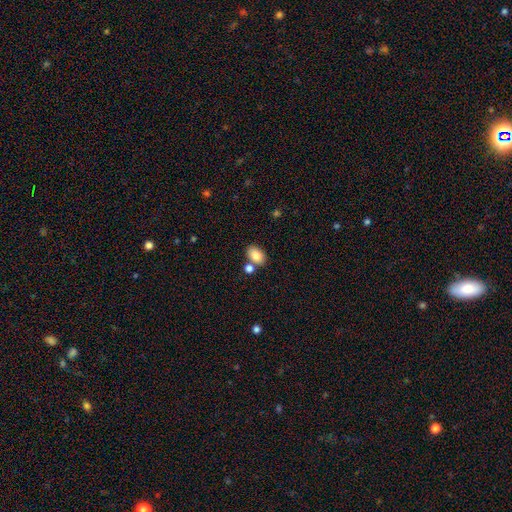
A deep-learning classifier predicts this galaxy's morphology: A smooth galaxy with no disk features (86%) that is in between round and cigar-shaped (85%). Merging: none (67%).